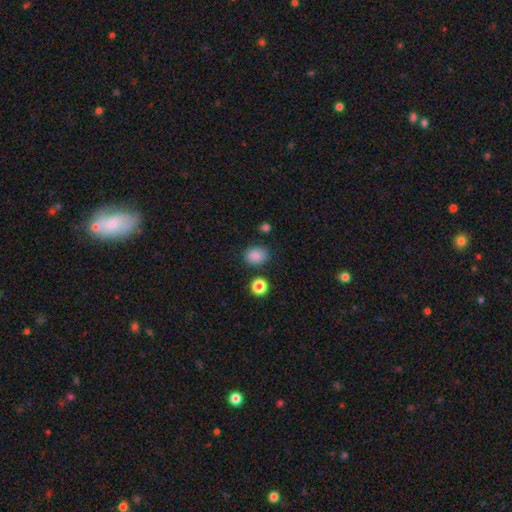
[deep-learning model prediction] A smooth galaxy with no disk features (86%) that is in between round and cigar-shaped (55%). Merging: none (80%).